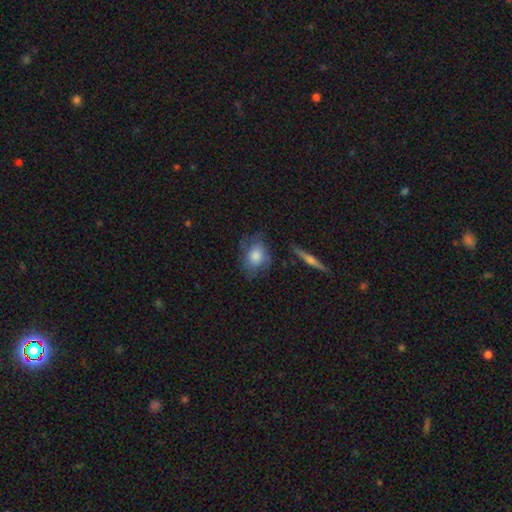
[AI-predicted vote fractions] Smooth or featured?
  - smooth: 68% *
  - featured or disk: 25%
  - star or artifact: 8%
How rounded?
  - in between: 60% *
  - round: 36%
  - cigar-shaped: 3%
Merging?
  - none: 63% *
  - minor disturbance: 25%
  - major disturbance: 8%
  - merger: 3%